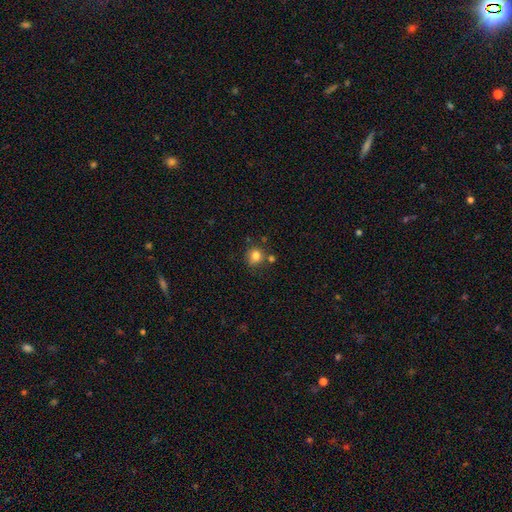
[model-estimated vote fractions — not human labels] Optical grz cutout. It shows a smooth galaxy with no disk features (81%) that is round (81%). Merging: none (65%).